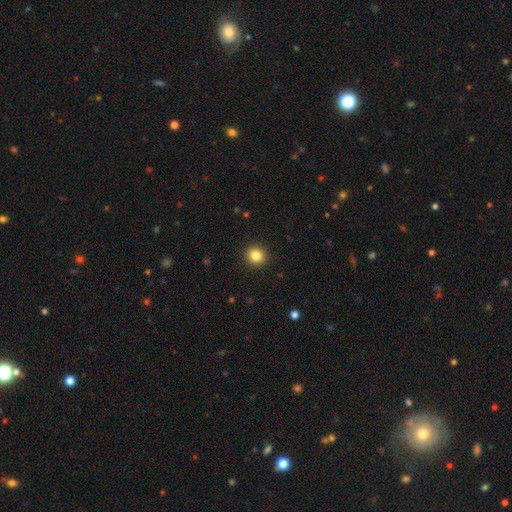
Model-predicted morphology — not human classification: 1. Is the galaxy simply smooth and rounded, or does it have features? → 84% smooth, 11% star or artifact, 5% featured or disk.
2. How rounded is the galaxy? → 91% round, 8% in between, 1% cigar-shaped.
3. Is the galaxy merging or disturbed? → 92% none, 5% minor disturbance, 2% major disturbance, 1% merger.